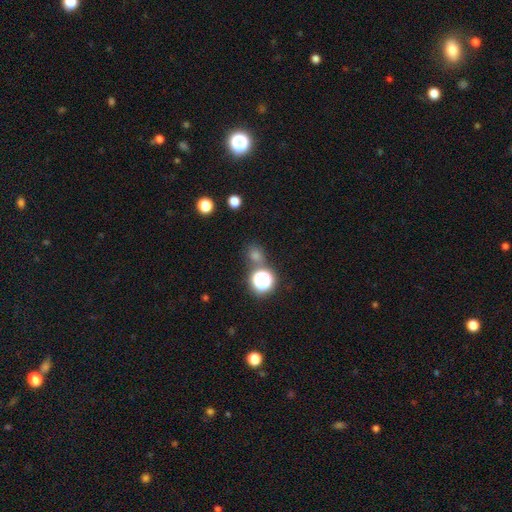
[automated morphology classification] A smooth galaxy with no disk features (50%).

Vote fractions:
- Smooth or featured? smooth: 50% / star or artifact: 43% / featured or disk: 7%
- Merging? none: 76% / merger: 12% / minor disturbance: 8% / major disturbance: 4%